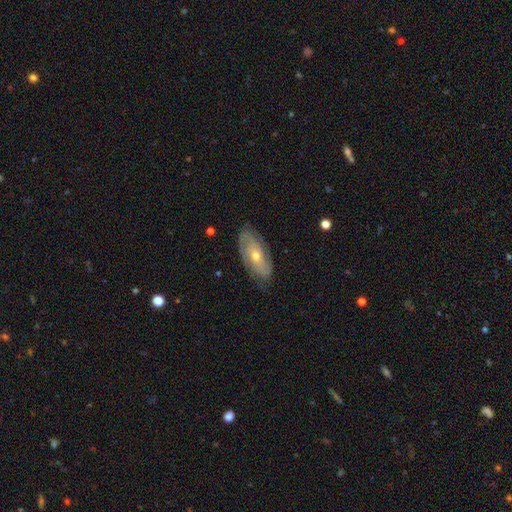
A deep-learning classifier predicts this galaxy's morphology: This appears to be a featured or disk galaxy (63%) with no bar (77%), spiral arms (76%) and a moderate central bulge (49%). Merging: none (77%).